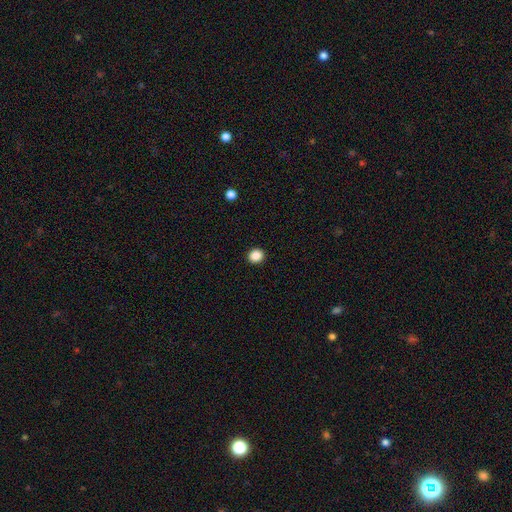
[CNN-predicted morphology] smooth-or-featured: smooth: 87% | star or artifact: 10% | featured or disk: 3%
  how-rounded: round: 82% | in between: 17% | cigar-shaped: 1%
  merging: none: 93% | minor disturbance: 5% | major disturbance: 2% | merger: 1%